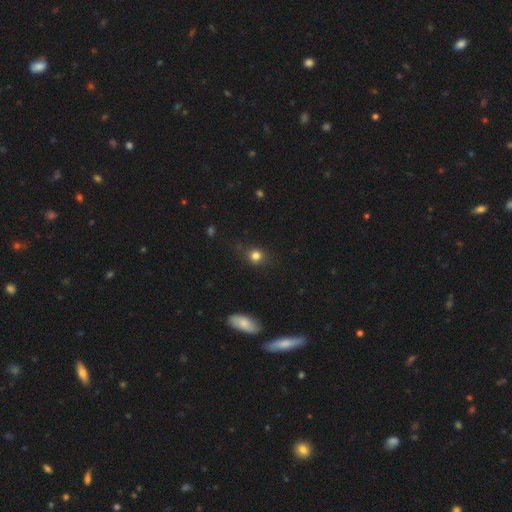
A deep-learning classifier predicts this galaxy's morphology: Q: Smooth or featured?
A: smooth (81%); runner-up: star or artifact (13%)
Q: How rounded?
A: round (79%); runner-up: in between (20%)
Q: Merging?
A: none (80%); runner-up: minor disturbance (14%)